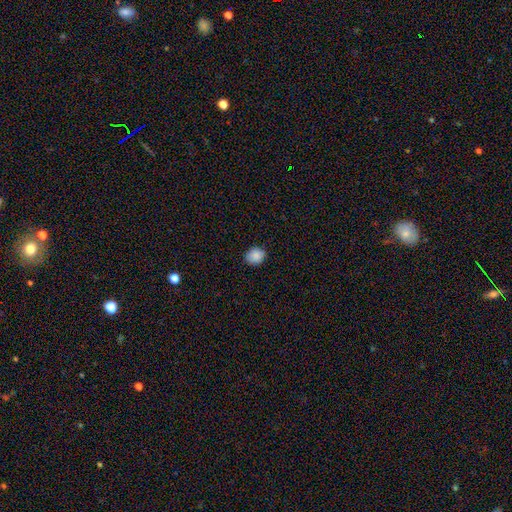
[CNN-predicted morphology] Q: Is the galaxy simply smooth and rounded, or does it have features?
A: smooth — 88%.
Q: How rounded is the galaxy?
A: round — 71%.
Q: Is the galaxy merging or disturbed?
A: none — 85%.